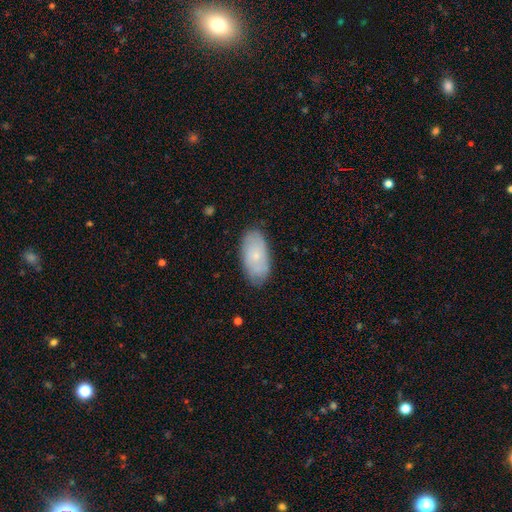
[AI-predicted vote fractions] Q: Smooth or featured?
A: smooth (62%); runner-up: featured or disk (31%)
Q: How rounded?
A: in between (93%); runner-up: cigar-shaped (4%)
Q: Merging?
A: none (81%); runner-up: minor disturbance (15%)